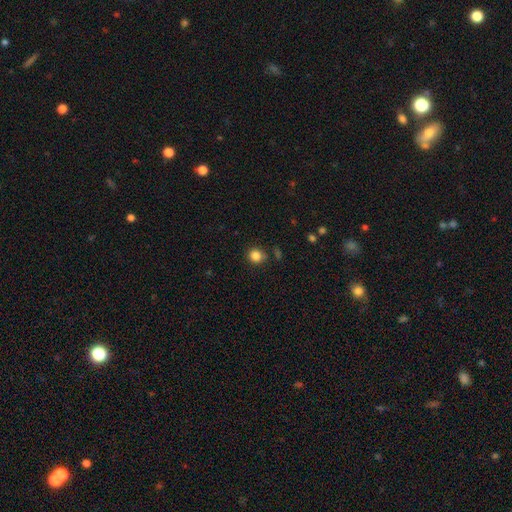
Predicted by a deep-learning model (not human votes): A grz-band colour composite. It shows a smooth galaxy with no disk features (84%) that is round (85%). Merging: none (82%).